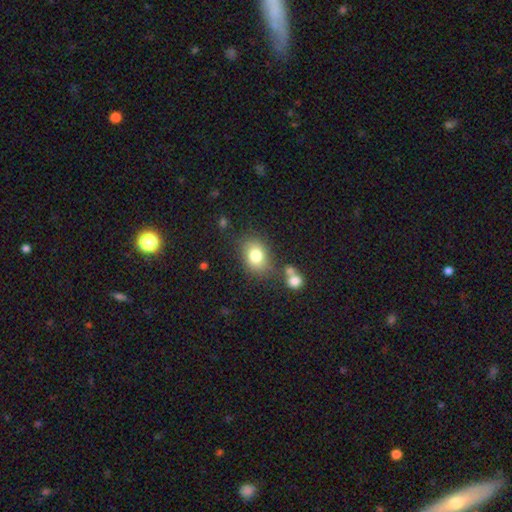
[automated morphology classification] Q: Smooth or featured?
A: smooth (79%); runner-up: featured or disk (11%)
Q: How rounded?
A: in between (64%); runner-up: round (35%)
Q: Merging?
A: none (72%); runner-up: minor disturbance (14%)